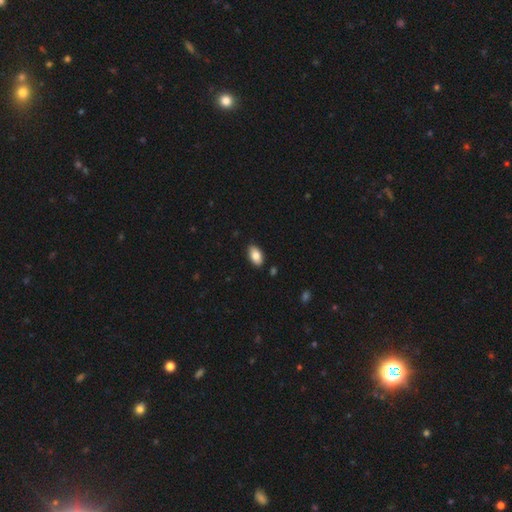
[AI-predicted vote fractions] Morphology: type=smooth (84%); roundness=in between (93%); merging=none (85%).